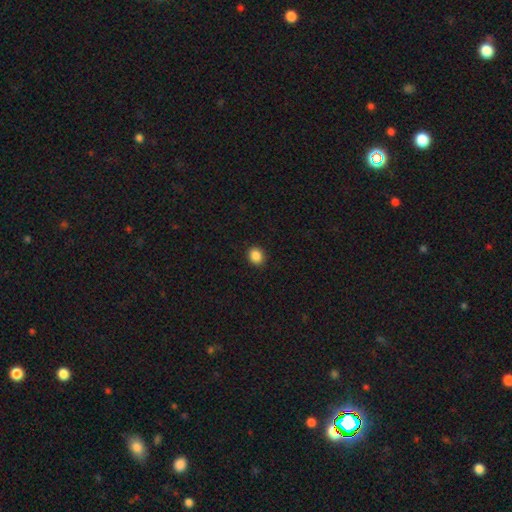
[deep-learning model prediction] Overall: smooth (87%). How rounded: round (69%; in between 30%). Merging: none (91%).